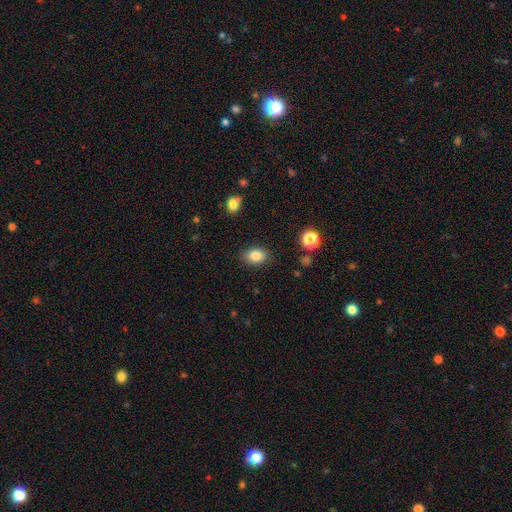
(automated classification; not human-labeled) Smooth or featured?
  - smooth: 84% *
  - star or artifact: 9%
  - featured or disk: 6%
How rounded?
  - in between: 75% *
  - round: 24%
  - cigar-shaped: 1%
Merging?
  - none: 85% *
  - minor disturbance: 11%
  - major disturbance: 3%
  - merger: 1%